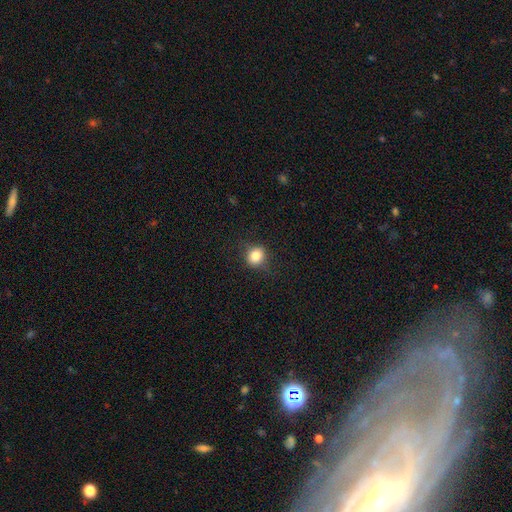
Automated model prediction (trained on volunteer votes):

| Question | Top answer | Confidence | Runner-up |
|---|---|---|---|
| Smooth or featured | smooth | 80% | star or artifact (11%) |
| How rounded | round | 79% | in between (20%) |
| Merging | none | 81% | minor disturbance (14%) |